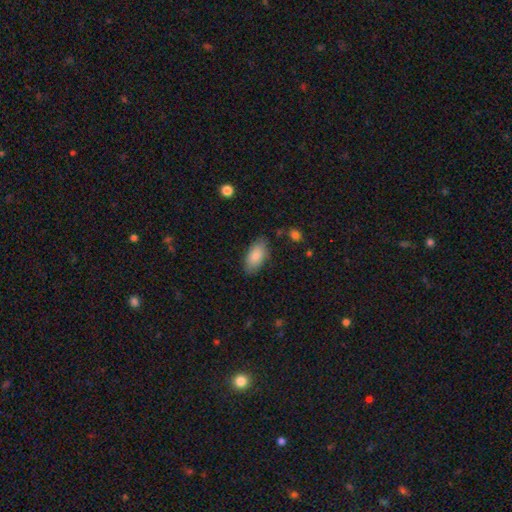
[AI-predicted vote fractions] Smooth or featured: smooth — 85% (featured or disk — 9%)
How rounded: in between — 91% (cigar-shaped — 6%)
Merging: none — 81% (minor disturbance — 14%)